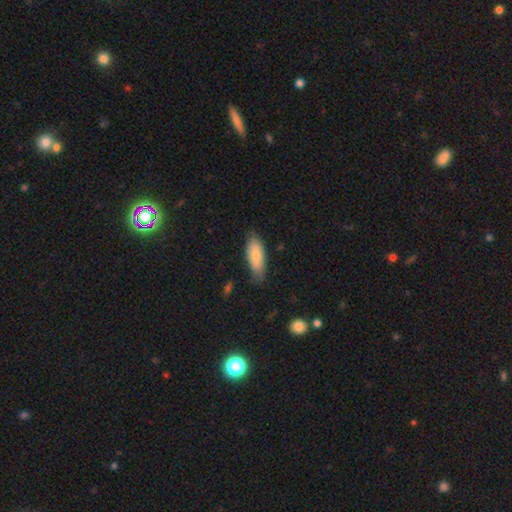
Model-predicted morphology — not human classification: Smooth or featured: smooth — 79% (featured or disk — 16%)
How rounded: in between — 76% (cigar-shaped — 22%)
Merging: none — 69% (minor disturbance — 25%)